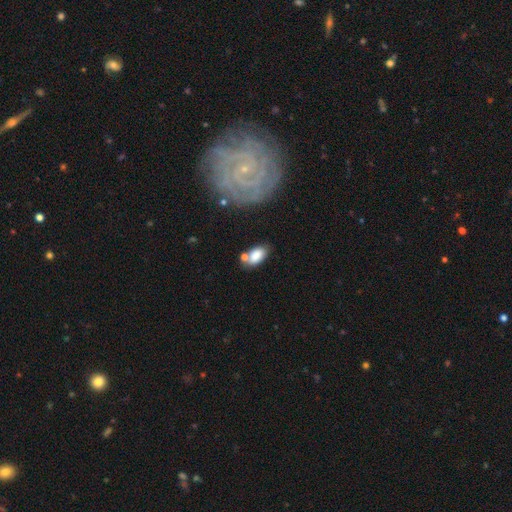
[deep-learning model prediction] Smooth or featured? Predicted: smooth (p=0.82). How rounded? Predicted: in between (p=0.92). Merging? Predicted: none (p=0.57).